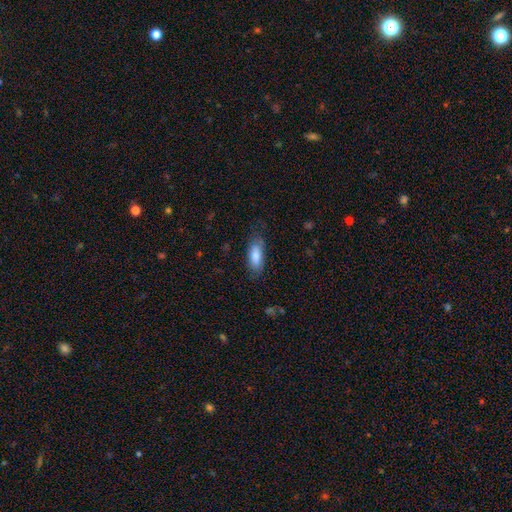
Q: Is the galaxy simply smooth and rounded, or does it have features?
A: smooth — 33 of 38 (87%).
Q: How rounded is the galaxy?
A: in between — 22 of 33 (67%).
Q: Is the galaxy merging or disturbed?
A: none — 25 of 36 (69%).